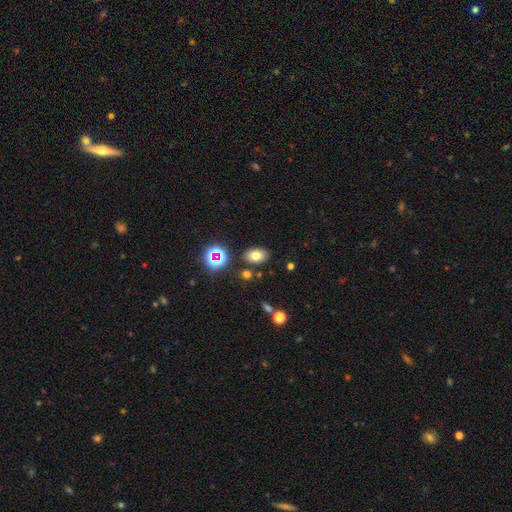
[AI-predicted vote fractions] The model was most divided on "smooth or featured": smooth: 74%, star or artifact: 15%, featured or disk: 11%. More confident: merging — none (83%); how rounded — in between (82%).